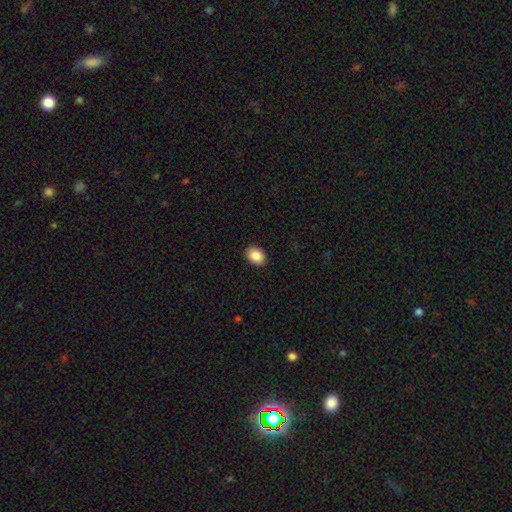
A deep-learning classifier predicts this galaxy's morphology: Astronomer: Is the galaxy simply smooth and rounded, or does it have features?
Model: smooth — 88%.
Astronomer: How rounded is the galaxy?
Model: in between — 65%.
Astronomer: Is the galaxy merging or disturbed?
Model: none — 90%.